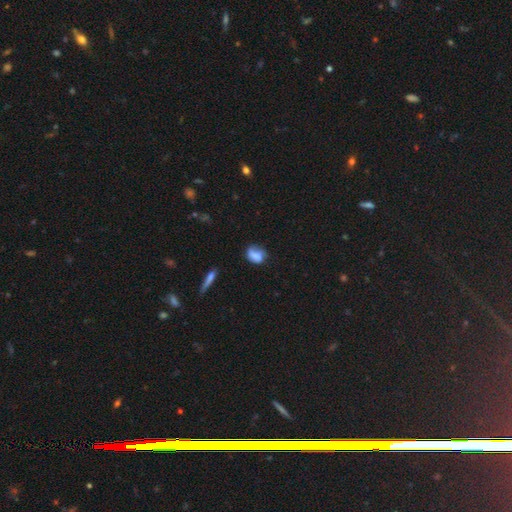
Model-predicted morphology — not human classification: type=smooth (69%); roundness=in between (66%); merging=none (45%).